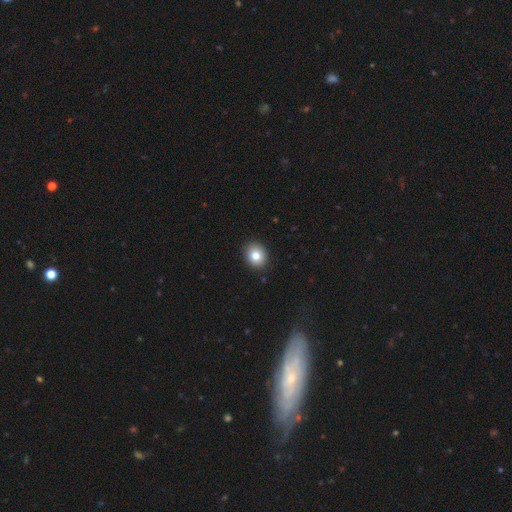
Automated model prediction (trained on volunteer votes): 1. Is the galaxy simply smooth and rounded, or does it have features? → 80% smooth, 10% star or artifact, 9% featured or disk.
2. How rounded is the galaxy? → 68% round, 31% in between, 1% cigar-shaped.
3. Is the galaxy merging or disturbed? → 90% none, 7% minor disturbance, 2% major disturbance, 1% merger.